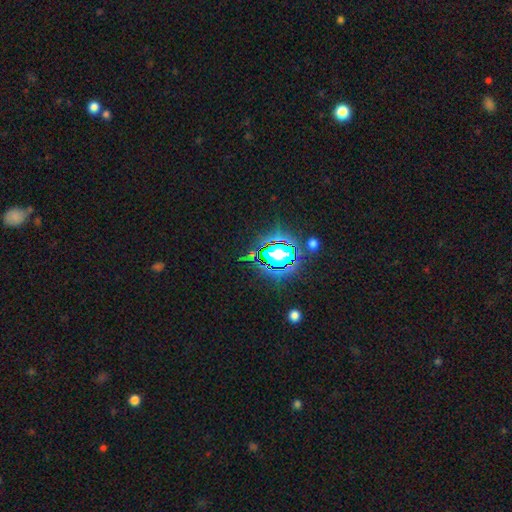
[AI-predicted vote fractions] Morphology: type=star or artifact (74%).